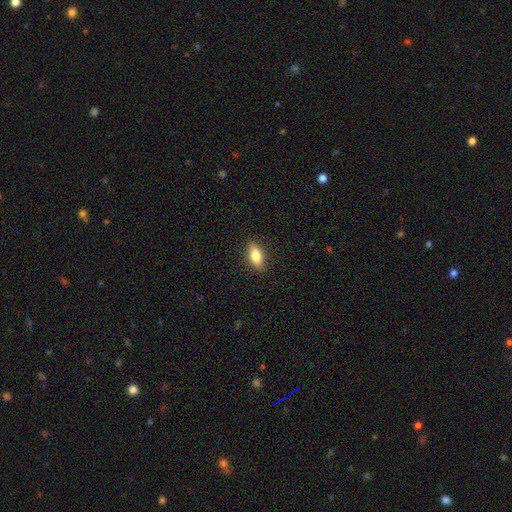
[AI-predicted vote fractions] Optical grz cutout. It shows a smooth galaxy with no disk features (81%) that is in between round and cigar-shaped (83%). Merging: none (88%).